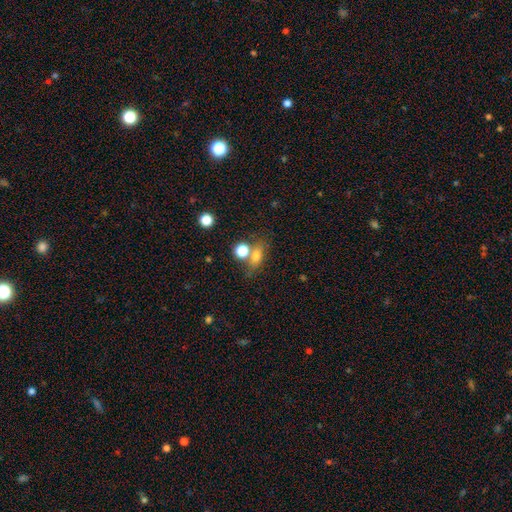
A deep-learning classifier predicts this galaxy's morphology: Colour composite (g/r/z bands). It shows a smooth galaxy with no disk features (71%) that is in between round and cigar-shaped (60%). Merging: none (56%).